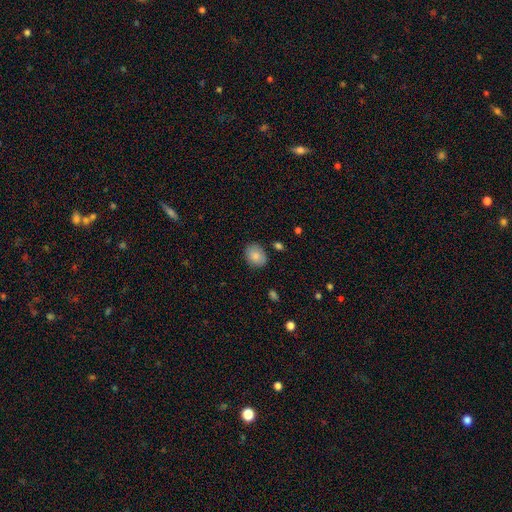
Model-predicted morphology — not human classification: Smooth or featured? Predicted: smooth (p=0.85). How rounded? Predicted: in between (p=0.58). Merging? Predicted: none (p=0.83).